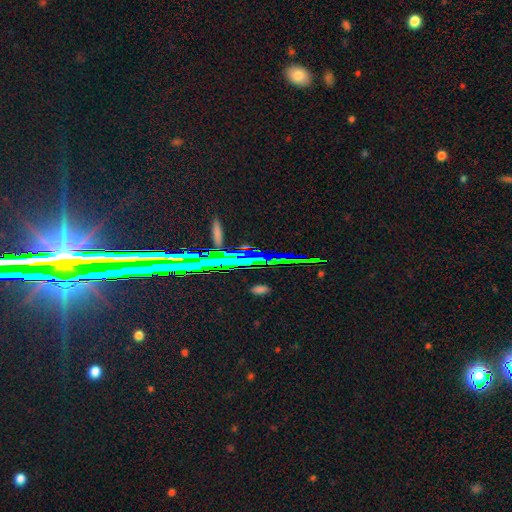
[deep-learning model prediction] Overall: star or artifact (62%).